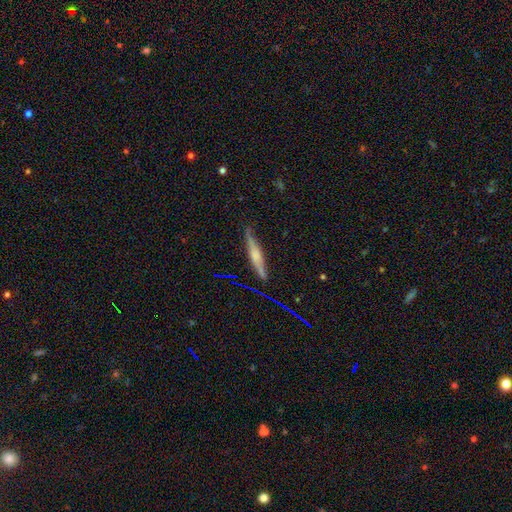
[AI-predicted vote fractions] Smooth or featured? Predicted: featured or disk (p=0.56). Edge-on disk? Predicted: yes (p=0.95). Edge-on bulge? Predicted: rounded (p=0.60). Merging? Predicted: none (p=0.83).